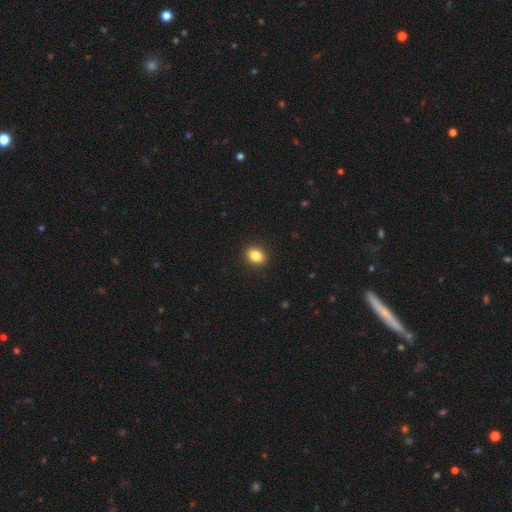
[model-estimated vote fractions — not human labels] smooth 85%, star or artifact 10%, featured or disk 5%. Down the decision tree: how rounded — round (52%); merging — none (92%).